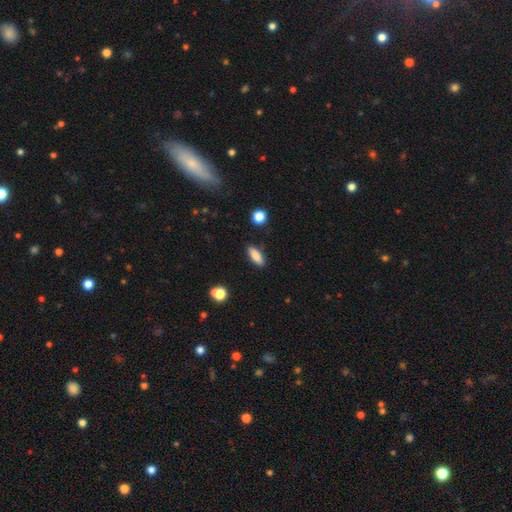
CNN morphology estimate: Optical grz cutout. It shows a smooth galaxy with no disk features (83%) that is in between round and cigar-shaped (63%). Merging: none (87%).